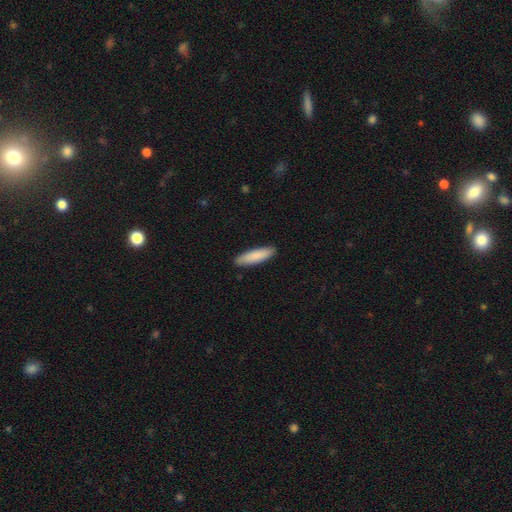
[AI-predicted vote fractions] Q: Smooth or featured?
A: smooth (86%); runner-up: featured or disk (9%)
Q: How rounded?
A: cigar-shaped (71%); runner-up: in between (28%)
Q: Merging?
A: none (90%); runner-up: minor disturbance (8%)